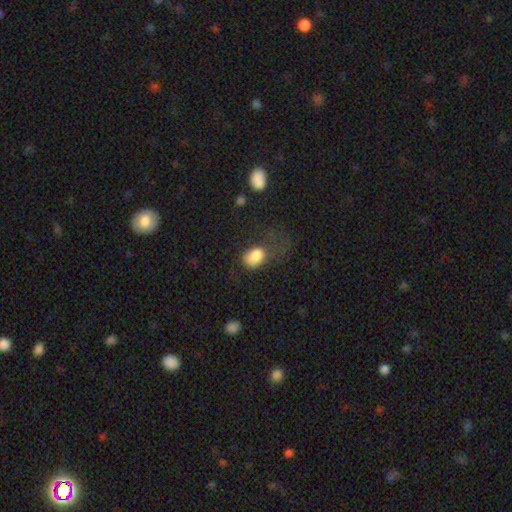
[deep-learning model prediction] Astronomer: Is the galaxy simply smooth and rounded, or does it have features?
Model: smooth — 82%.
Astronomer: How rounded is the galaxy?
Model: in between — 73%.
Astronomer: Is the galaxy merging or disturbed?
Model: major disturbance — 42% (runner-up: none, 31%).